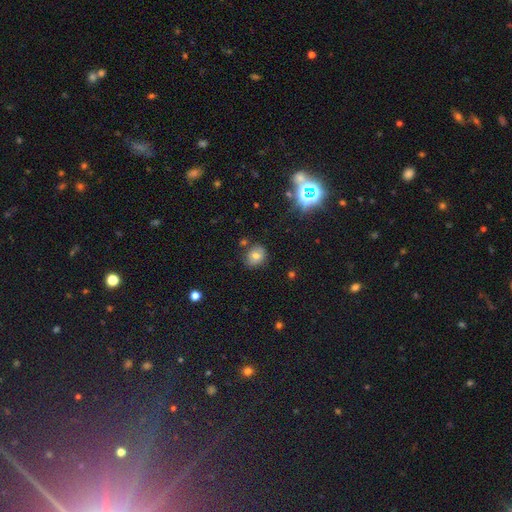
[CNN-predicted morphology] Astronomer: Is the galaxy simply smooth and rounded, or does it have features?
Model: smooth — 65%.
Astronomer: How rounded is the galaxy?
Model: round — 59% (runner-up: in between, 40%).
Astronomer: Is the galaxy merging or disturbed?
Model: none — 76%.